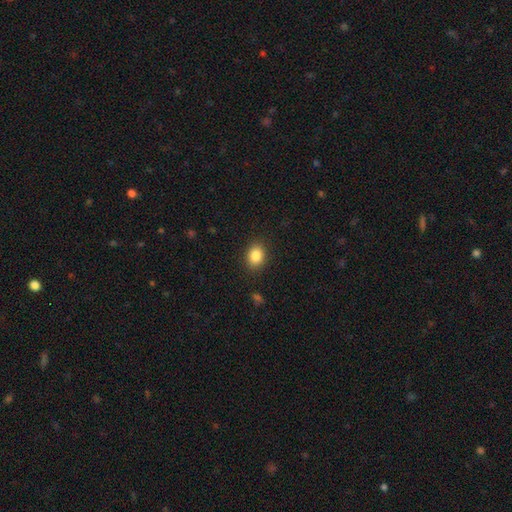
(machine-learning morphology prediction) This appears to be a smooth galaxy with no disk features (86%) that is in between round and cigar-shaped (58%). Merging: none (88%).